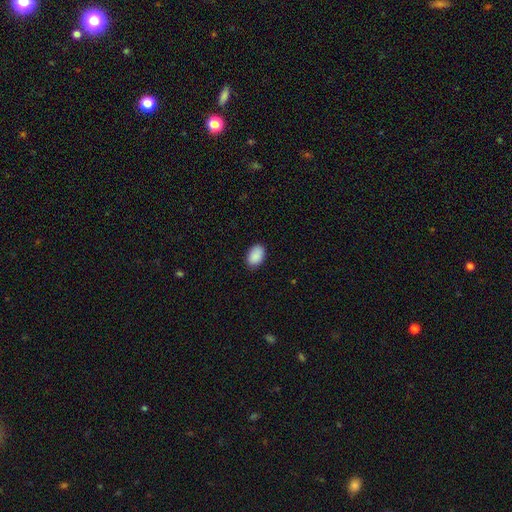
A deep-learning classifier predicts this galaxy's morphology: type=smooth (90%); roundness=in between (89%); merging=none (87%).